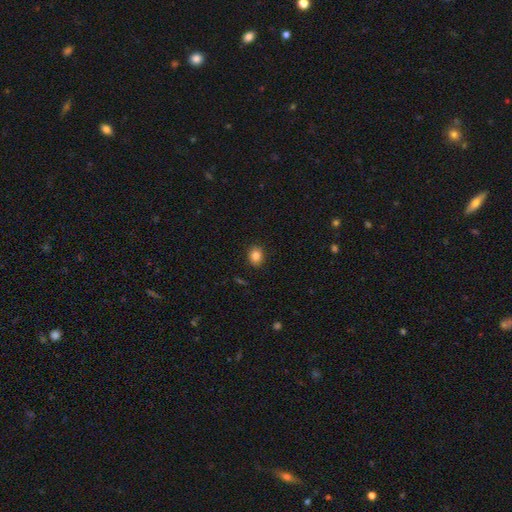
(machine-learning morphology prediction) This is clearly a smooth galaxy (85%). How rounded: possibly round (57%). Merging: clearly none (88%).